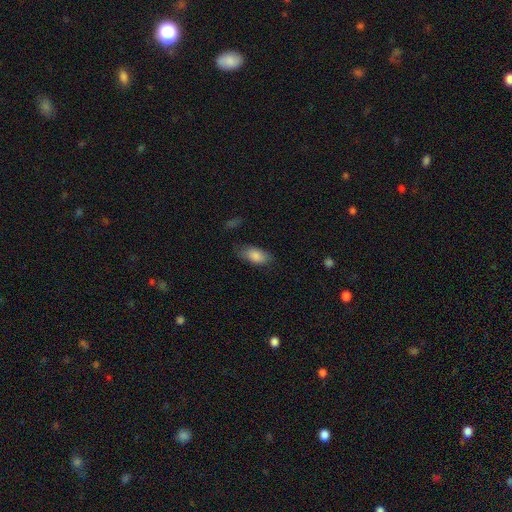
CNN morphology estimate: This appears to be a smooth galaxy with no disk features (84%) that is in between round and cigar-shaped (89%). Merging: none (71%).